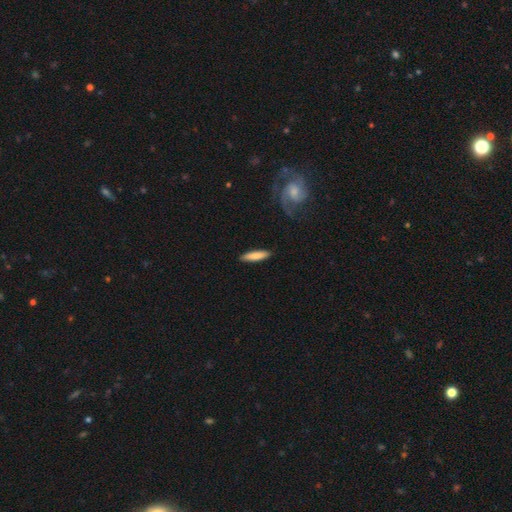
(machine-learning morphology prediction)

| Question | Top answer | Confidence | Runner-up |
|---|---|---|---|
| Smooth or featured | smooth | 80% | featured or disk (15%) |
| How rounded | cigar-shaped | 78% | in between (21%) |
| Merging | none | 88% | minor disturbance (9%) |